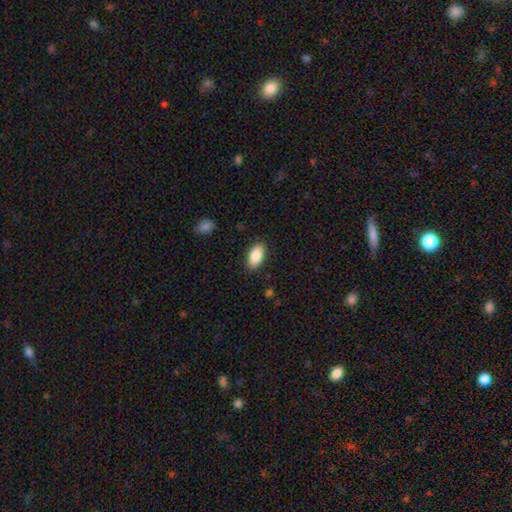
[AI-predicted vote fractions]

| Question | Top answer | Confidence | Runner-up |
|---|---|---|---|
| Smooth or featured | smooth | 86% | featured or disk (7%) |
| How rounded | in between | 94% | cigar-shaped (3%) |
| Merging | none | 88% | minor disturbance (8%) |